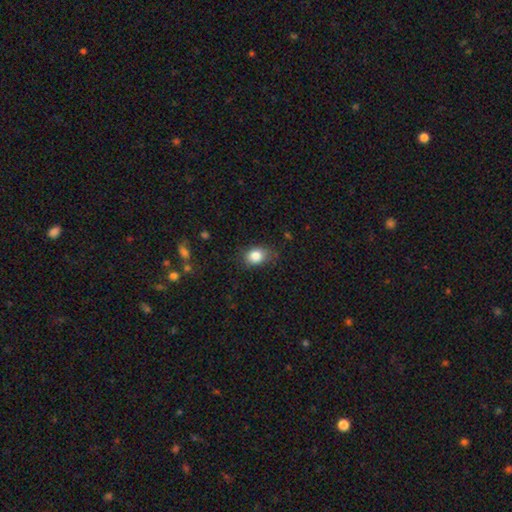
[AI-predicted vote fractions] A smooth galaxy with no disk features (84%) that is in between round and cigar-shaped (61%).

Vote fractions:
- Smooth or featured? smooth: 84% / star or artifact: 9% / featured or disk: 7%
- How rounded? in between: 61% / round: 38% / cigar-shaped: 1%
- Merging? none: 76% / minor disturbance: 18% / major disturbance: 5% / merger: 1%